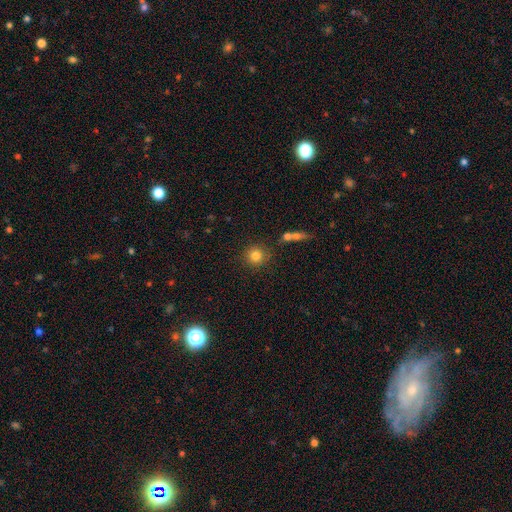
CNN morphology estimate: smooth-or-featured: smooth: 82% | star or artifact: 11% | featured or disk: 7%
  how-rounded: round: 93% | in between: 6% | cigar-shaped: 1%
  merging: none: 83% | minor disturbance: 8% | merger: 6% | major disturbance: 3%